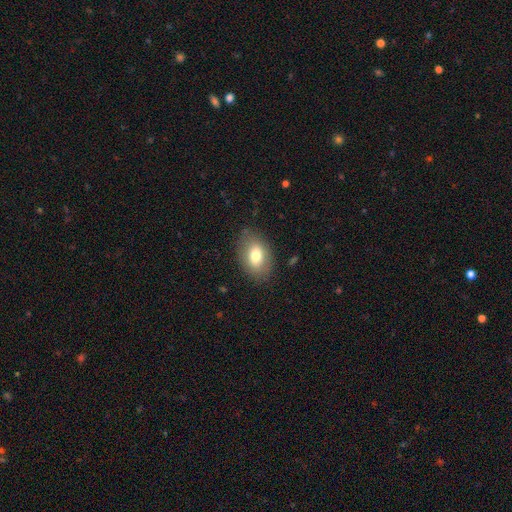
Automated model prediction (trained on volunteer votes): smooth_or_featured: smooth (p=0.75) [alt: featured or disk p=0.17]
how_rounded: in between (p=0.87) [alt: round p=0.12]
merging: none (p=0.82) [alt: minor disturbance p=0.13]